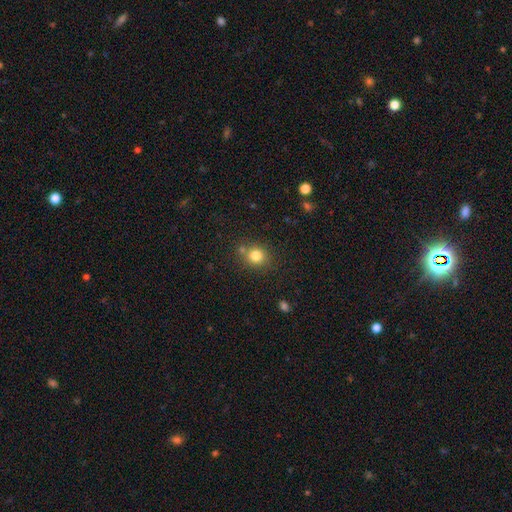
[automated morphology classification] Smooth or featured: smooth — 81% (star or artifact — 12%)
How rounded: round — 84% (in between — 15%)
Merging: none — 73% (merger — 13%)